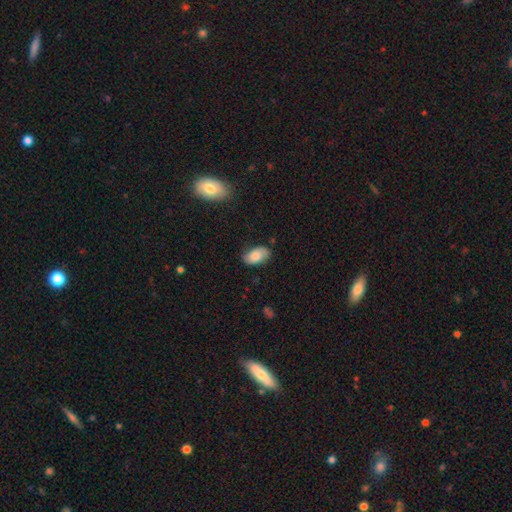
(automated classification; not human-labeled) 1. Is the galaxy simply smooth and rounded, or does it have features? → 78% smooth, 15% featured or disk, 7% star or artifact.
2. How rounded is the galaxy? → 93% in between, 5% round, 2% cigar-shaped.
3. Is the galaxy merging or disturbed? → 76% none, 19% minor disturbance, 4% major disturbance, 1% merger.